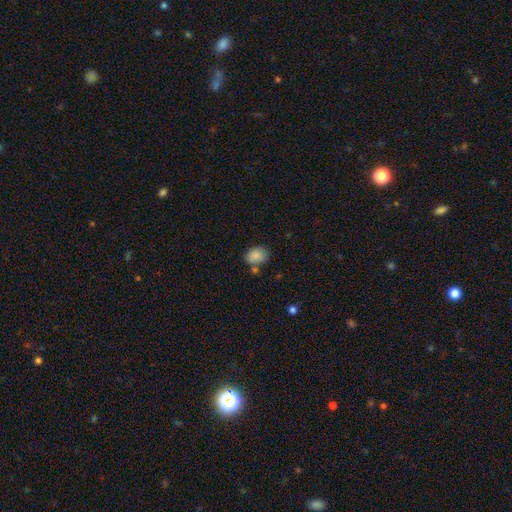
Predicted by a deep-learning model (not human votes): A smooth galaxy with no disk features (87%) that is in between round and cigar-shaped (72%).

Vote fractions:
- Smooth or featured? smooth: 87% / star or artifact: 8% / featured or disk: 5%
- How rounded? in between: 72% / round: 27% / cigar-shaped: 1%
- Merging? none: 67% / minor disturbance: 18% / merger: 11% / major disturbance: 5%